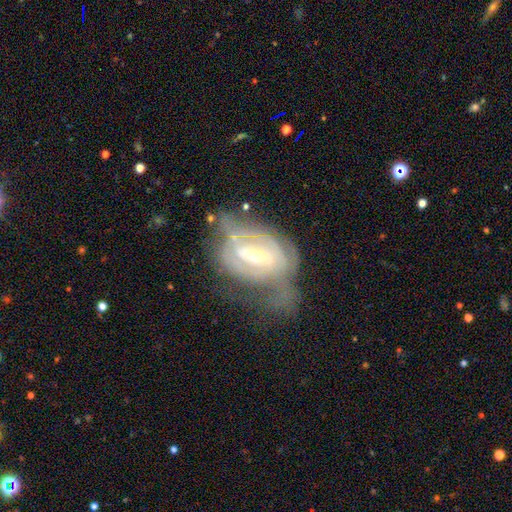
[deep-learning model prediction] Smooth or featured: featured or disk — 81% (smooth — 12%)
Edge-on disk: no — 94% (yes — 6%)
Bar: weak — 44% (strong — 35%)
Spiral arms: yes — 78% (no — 22%)
Spiral winding: tight — 55% (medium — 32%)
Spiral arm count: can't tell — 44% (2 — 35%)
Bulge size: moderate — 49% (small — 46%)
Merging: major disturbance — 35% (none — 33%)